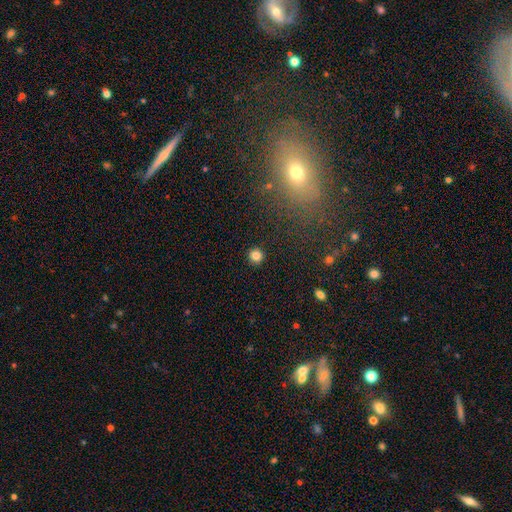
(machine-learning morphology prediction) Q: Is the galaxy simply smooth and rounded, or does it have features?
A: smooth — 83%.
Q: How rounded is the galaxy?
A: round — 94%.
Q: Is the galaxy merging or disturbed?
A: none — 92%.